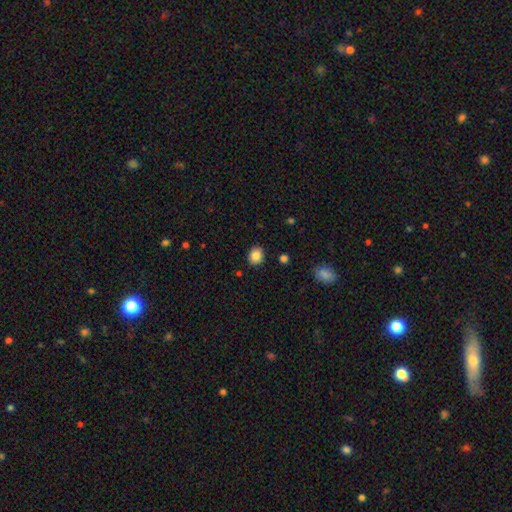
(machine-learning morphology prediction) smooth_or_featured: smooth (p=0.85) [alt: star or artifact p=0.09]
how_rounded: round (p=0.57) [alt: in between p=0.42]
merging: none (p=0.89) [alt: minor disturbance p=0.08]